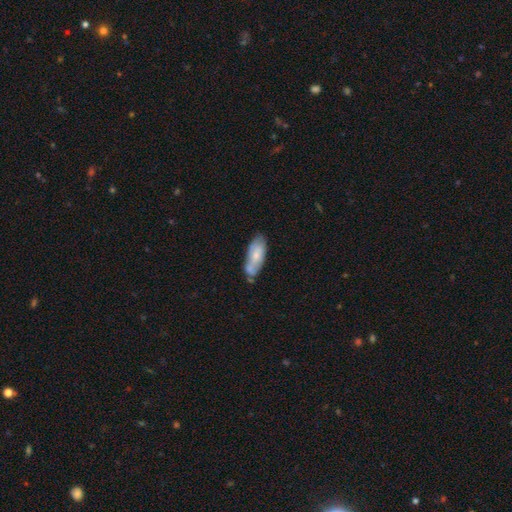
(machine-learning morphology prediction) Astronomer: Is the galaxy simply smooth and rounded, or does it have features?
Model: smooth — 64%.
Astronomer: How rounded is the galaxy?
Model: in between — 74%.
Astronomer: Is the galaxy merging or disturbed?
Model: none — 54%.